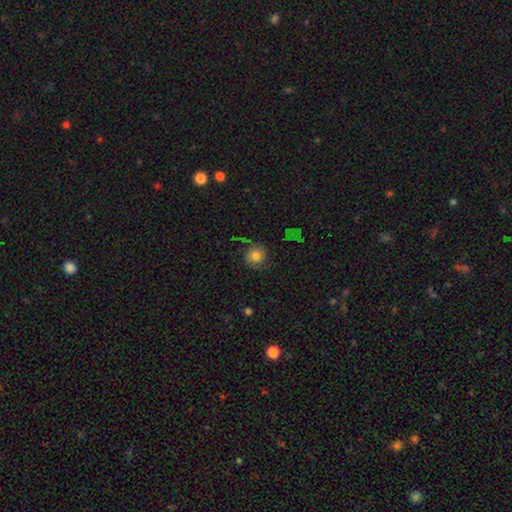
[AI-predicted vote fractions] Smooth or featured? Predicted: smooth (p=0.64). How rounded? Predicted: round (p=0.89). Merging? Predicted: none (p=0.68).